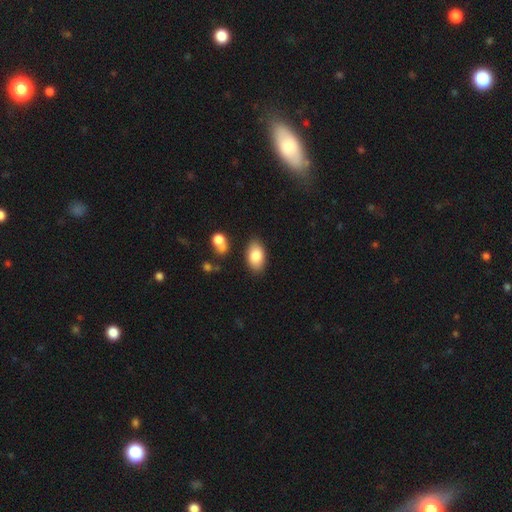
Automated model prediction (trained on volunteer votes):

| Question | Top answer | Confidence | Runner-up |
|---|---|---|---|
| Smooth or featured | smooth | 82% | featured or disk (11%) |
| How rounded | in between | 93% | round (5%) |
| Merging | none | 83% | minor disturbance (11%) |